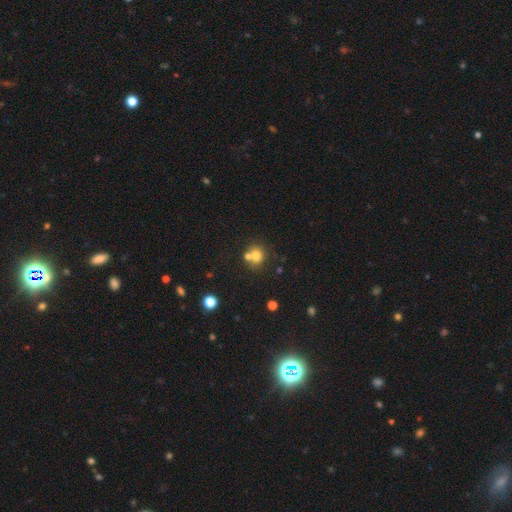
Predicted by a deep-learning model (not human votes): smooth 75%, star or artifact 14%, featured or disk 12%. Down the decision tree: how rounded — round (78%); merging — none (54%).